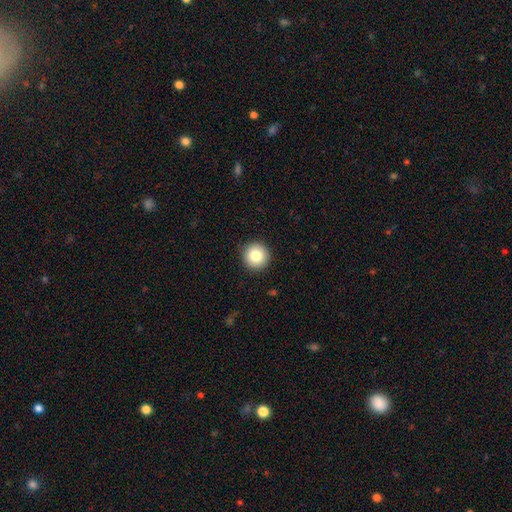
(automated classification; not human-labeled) Overall: smooth (81%). How rounded: round (96%). Merging: none (92%).